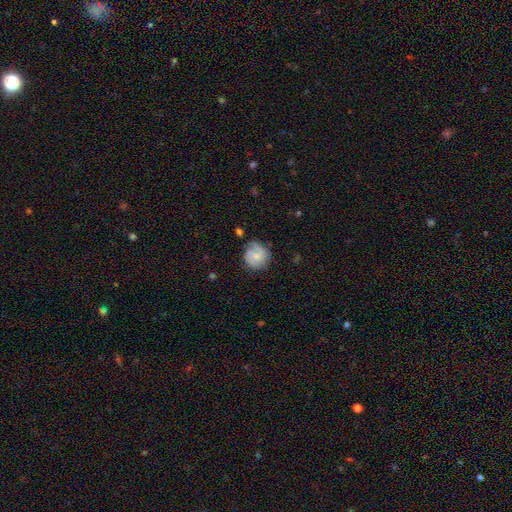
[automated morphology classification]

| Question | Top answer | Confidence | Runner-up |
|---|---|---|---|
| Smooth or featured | featured or disk | 56% | smooth (37%) |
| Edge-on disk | no | 98% | yes (2%) |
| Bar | no | 63% | weak (33%) |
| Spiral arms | yes | 87% | no (13%) |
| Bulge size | small | 51% | moderate (34%) |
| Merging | none | 61% | minor disturbance (25%) |